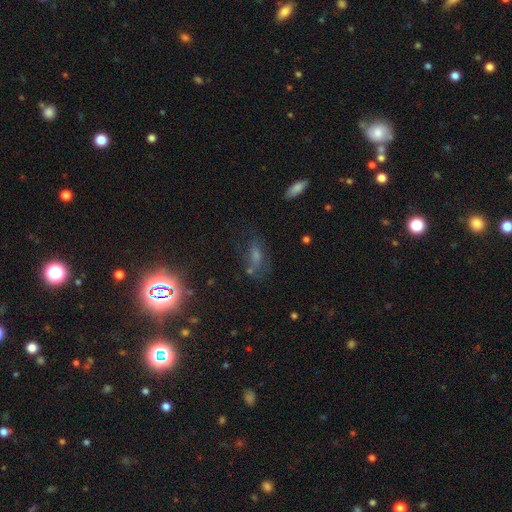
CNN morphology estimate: smooth_or_featured: star or artifact (p=0.43) [alt: smooth p=0.30]